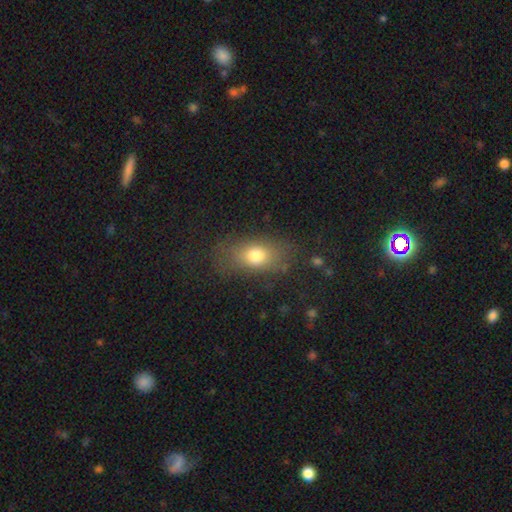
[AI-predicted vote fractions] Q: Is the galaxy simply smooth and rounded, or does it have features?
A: smooth — 75%.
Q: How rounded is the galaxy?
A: in between — 78%.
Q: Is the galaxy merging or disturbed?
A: none — 74%.